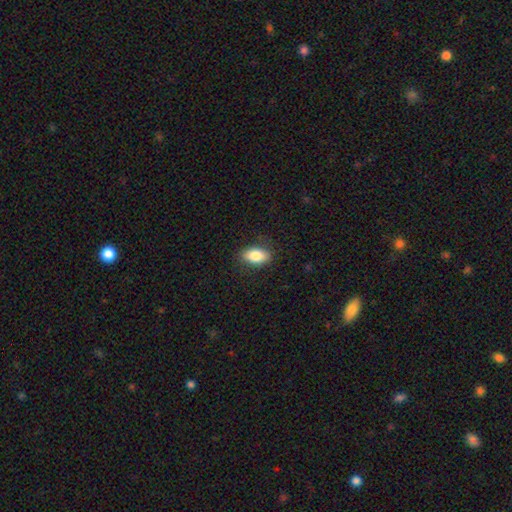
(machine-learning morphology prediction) Smooth or featured?
  - smooth: 85% *
  - featured or disk: 8%
  - star or artifact: 7%
How rounded?
  - in between: 90% *
  - round: 6%
  - cigar-shaped: 4%
Merging?
  - none: 85% *
  - minor disturbance: 11%
  - major disturbance: 3%
  - merger: 1%